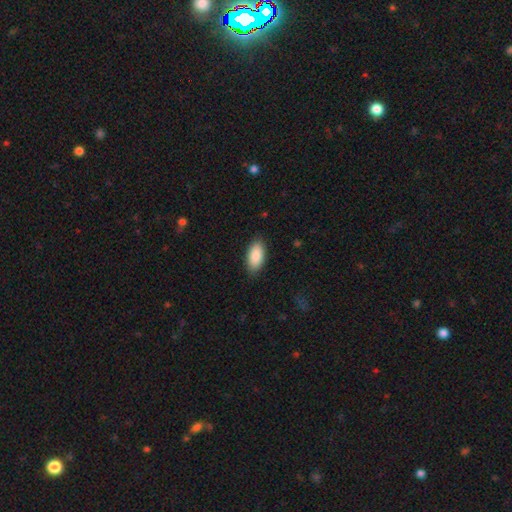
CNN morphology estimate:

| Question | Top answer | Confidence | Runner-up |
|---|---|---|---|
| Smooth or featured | smooth | 89% | star or artifact (6%) |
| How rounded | in between | 93% | cigar-shaped (4%) |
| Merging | none | 87% | minor disturbance (10%) |